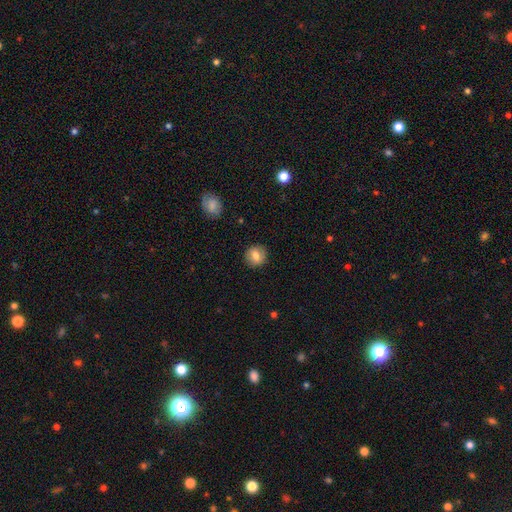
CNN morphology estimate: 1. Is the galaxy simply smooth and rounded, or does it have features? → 77% smooth, 14% featured or disk, 9% star or artifact.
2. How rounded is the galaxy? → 88% round, 11% in between, 1% cigar-shaped.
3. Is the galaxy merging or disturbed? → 90% none, 7% minor disturbance, 2% major disturbance, 1% merger.